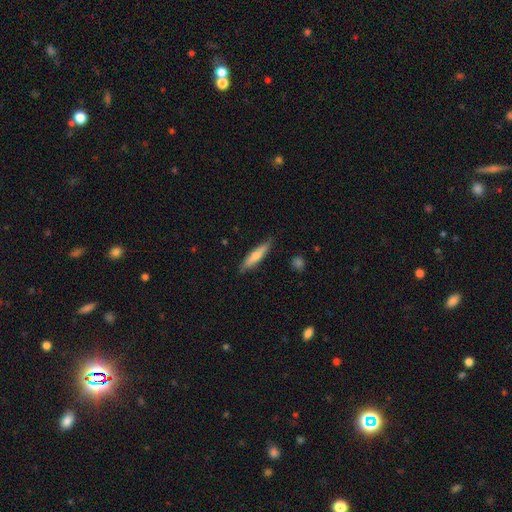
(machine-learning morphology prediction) A smooth galaxy with no disk features (63%) that is cigar-shaped (83%).

Vote fractions:
- Smooth or featured? smooth: 63% / featured or disk: 31% / star or artifact: 6%
- How rounded? cigar-shaped: 83% / in between: 15% / round: 2%
- Merging? none: 84% / minor disturbance: 12% / major disturbance: 2% / merger: 1%